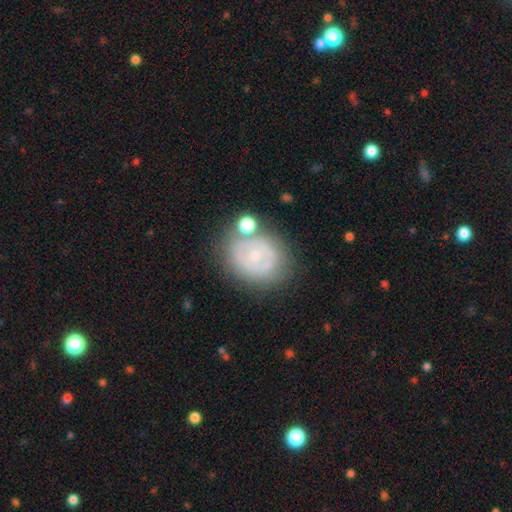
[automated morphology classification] The model was most divided on "spiral arms": no: 61%, yes: 39%. More confident: edge-on disk — no (96%); bar — no (80%); bulge size — small (68%); merging — none (66%); smooth or featured — featured or disk (60%).